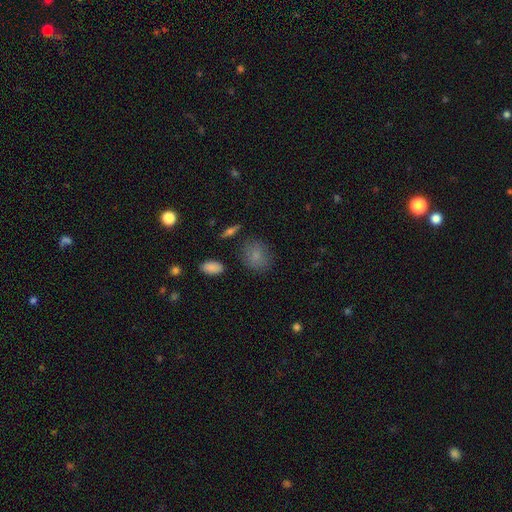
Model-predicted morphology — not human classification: A smooth galaxy with no disk features (80%) that is round (62%).

Vote fractions:
- Smooth or featured? smooth: 80% / featured or disk: 10% / star or artifact: 10%
- How rounded? round: 62% / in between: 36% / cigar-shaped: 2%
- Merging? none: 76% / minor disturbance: 16% / major disturbance: 5% / merger: 3%